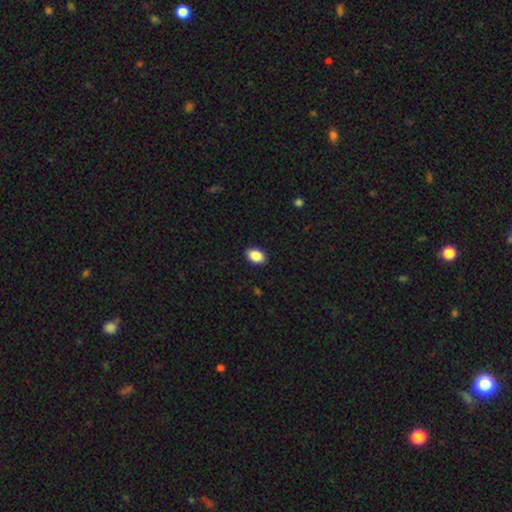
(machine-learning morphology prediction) Smooth or featured? smooth (88%)
How rounded? in between (87%)
Merging? none (90%)